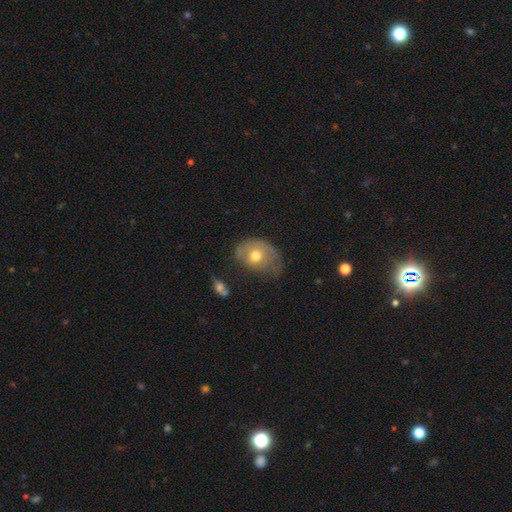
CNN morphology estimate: Smooth or featured?
  - smooth: 60% *
  - featured or disk: 32%
  - star or artifact: 8%
How rounded?
  - in between: 64% *
  - round: 35%
  - cigar-shaped: 1%
Merging?
  - minor disturbance: 39% *
  - none: 36%
  - major disturbance: 23%
  - merger: 3%